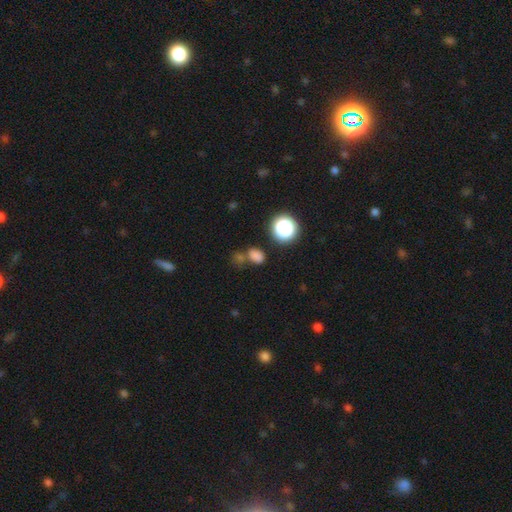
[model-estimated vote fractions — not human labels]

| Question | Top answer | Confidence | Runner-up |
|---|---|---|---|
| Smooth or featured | smooth | 74% | star or artifact (21%) |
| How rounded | in between | 63% | round (35%) |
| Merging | none | 59% | merger (22%) |